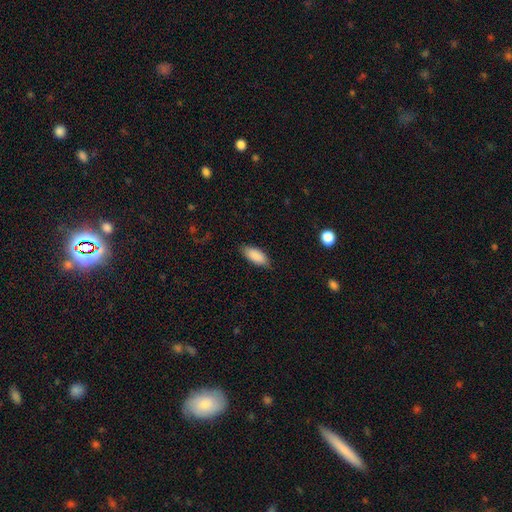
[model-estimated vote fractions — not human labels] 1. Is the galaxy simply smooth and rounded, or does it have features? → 89% smooth, 6% star or artifact, 5% featured or disk.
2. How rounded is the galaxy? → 85% in between, 13% cigar-shaped, 2% round.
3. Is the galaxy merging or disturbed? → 82% none, 14% minor disturbance, 3% major disturbance, 1% merger.